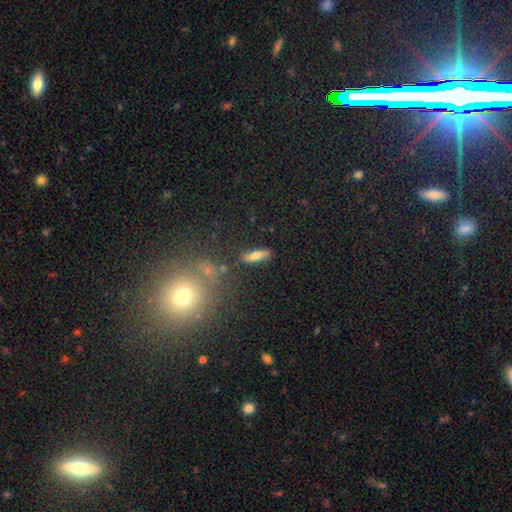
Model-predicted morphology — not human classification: Smooth or featured? Predicted: smooth (p=0.68). How rounded? Predicted: cigar-shaped (p=0.55). Merging? Predicted: none (p=0.81).